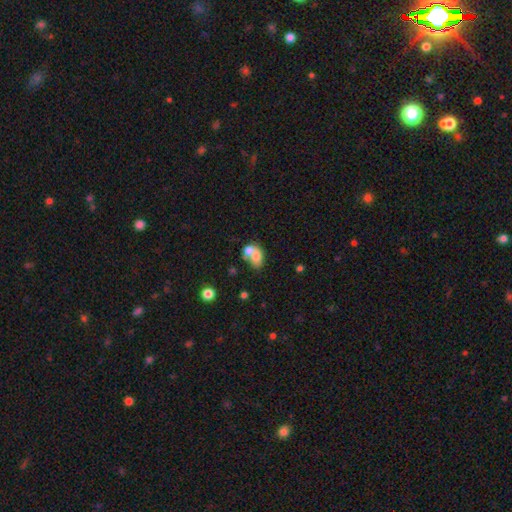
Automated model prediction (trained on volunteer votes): Morphology: type=smooth (70%); roundness=in between (76%); merging=merger (59%).